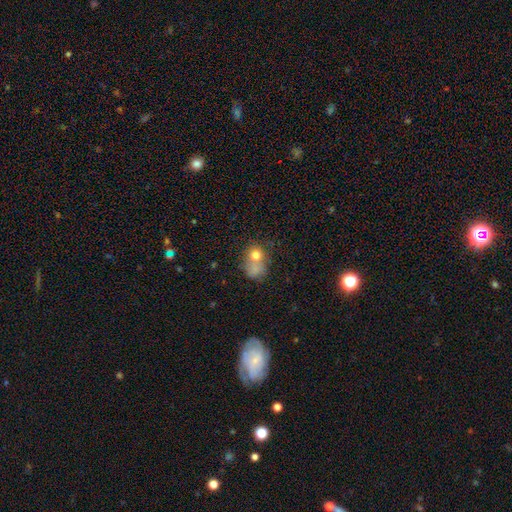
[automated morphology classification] Smooth or featured? smooth (72%)
How rounded? round (62%)
Merging? merger (50%)